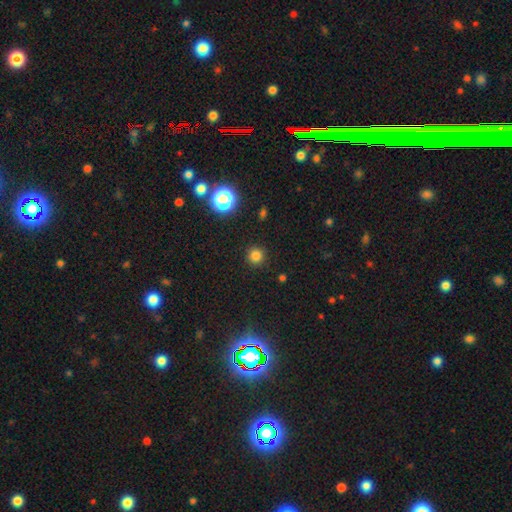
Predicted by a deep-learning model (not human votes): A smooth galaxy with no disk features (80%) that is round (95%).

Vote fractions:
- Smooth or featured? smooth: 80% / star or artifact: 16% / featured or disk: 4%
- How rounded? round: 95% / in between: 4% / cigar-shaped: 1%
- Merging? none: 91% / minor disturbance: 5% / major disturbance: 2% / merger: 1%